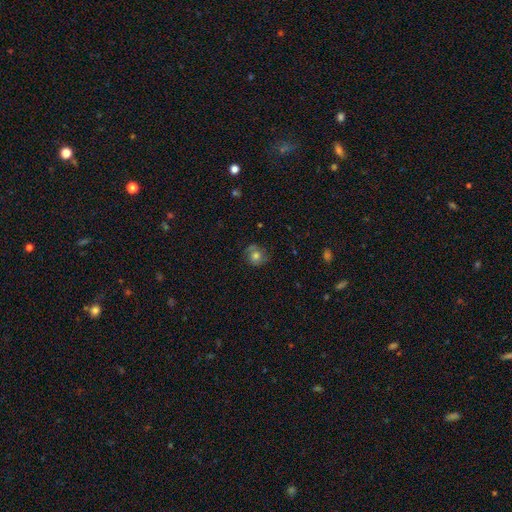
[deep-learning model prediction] Smooth or featured? smooth (57%)
How rounded? round (81%)
Merging? none (72%)